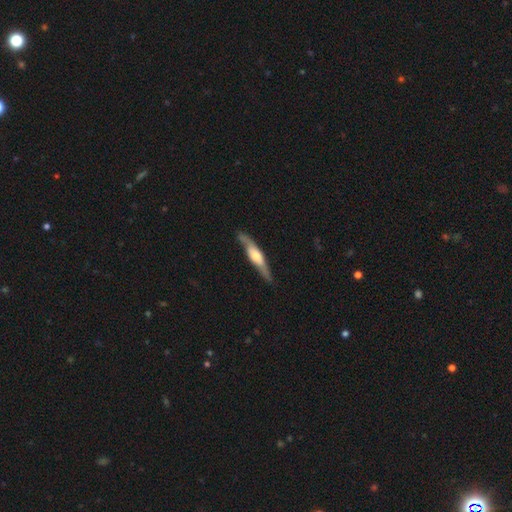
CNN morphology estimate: This appears to be a featured or disk galaxy (64%) viewed edge-on (86%) with a rounded central bulge (77%). Merging: none (81%).